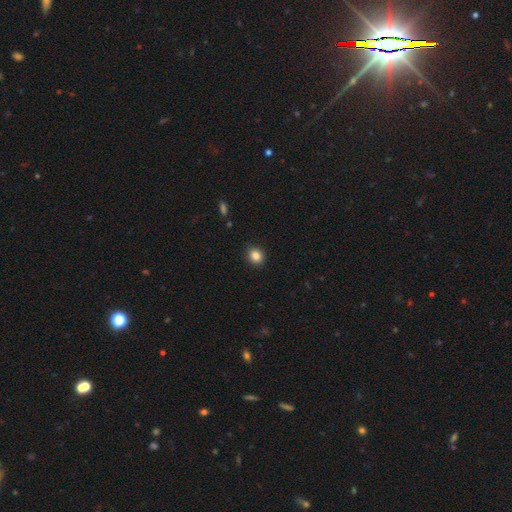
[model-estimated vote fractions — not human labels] The model was most divided on "how rounded": round: 63%, in between: 36%, cigar-shaped: 1%. More confident: merging — none (88%); smooth or featured — smooth (85%).